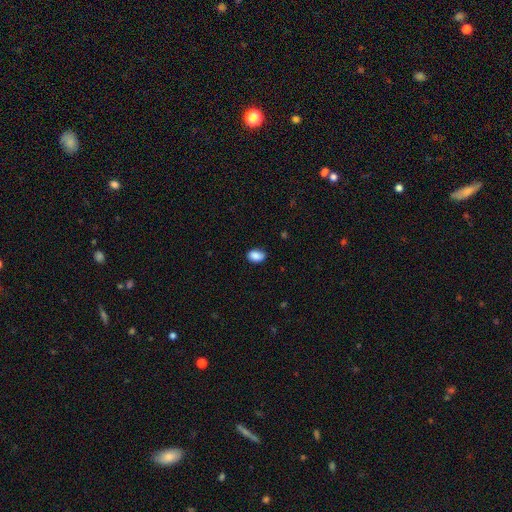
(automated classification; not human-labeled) smooth_or_featured: smooth (p=0.88) [alt: star or artifact p=0.08]
how_rounded: in between (p=0.86) [alt: round p=0.12]
merging: none (p=0.78) [alt: minor disturbance p=0.17]